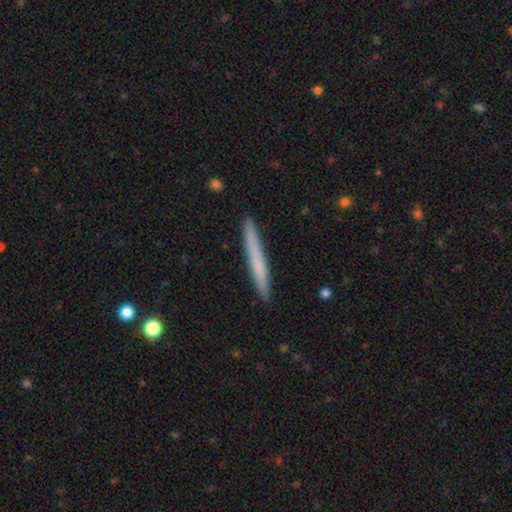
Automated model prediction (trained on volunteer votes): Q: Smooth or featured?
A: smooth (65%); runner-up: featured or disk (30%)
Q: How rounded?
A: cigar-shaped (97%); runner-up: in between (2%)
Q: Merging?
A: none (92%); runner-up: minor disturbance (6%)